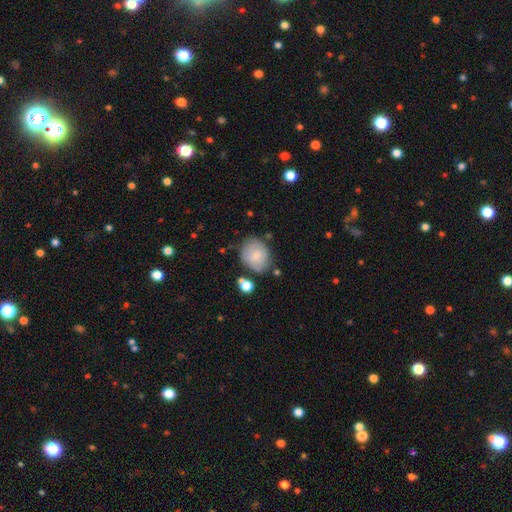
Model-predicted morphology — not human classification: smooth-or-featured: smooth: 73% | featured or disk: 20% | star or artifact: 8%
  how-rounded: round: 51% | in between: 48% | cigar-shaped: 1%
  merging: none: 65% | minor disturbance: 22% | merger: 7% | major disturbance: 6%